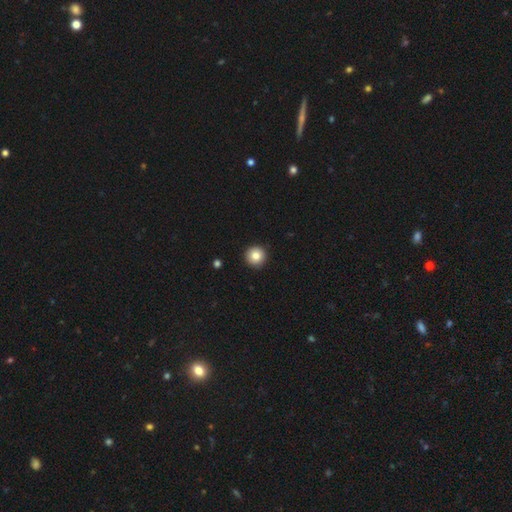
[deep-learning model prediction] Overall: smooth (83%). How rounded: round (96%). Merging: none (93%).